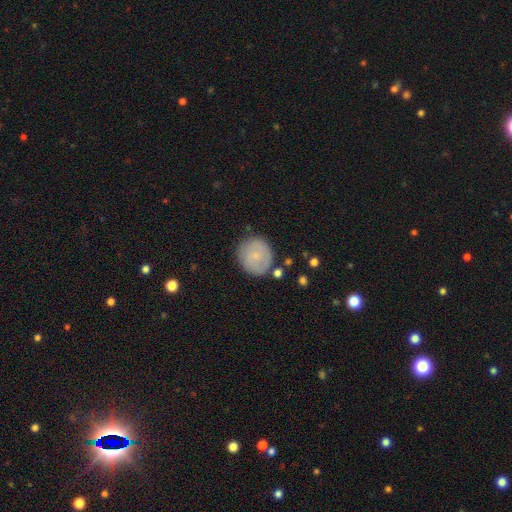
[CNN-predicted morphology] type=smooth (70%); roundness=round (89%); merging=none (80%).